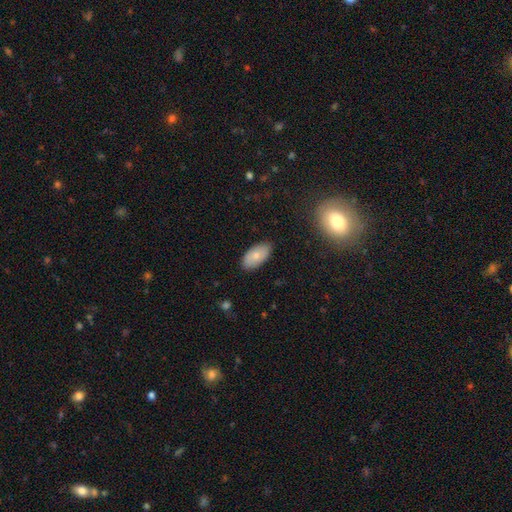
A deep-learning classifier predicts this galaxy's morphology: This is likely a smooth galaxy (75%). How rounded: clearly in between (94%). Merging: clearly none (85%).